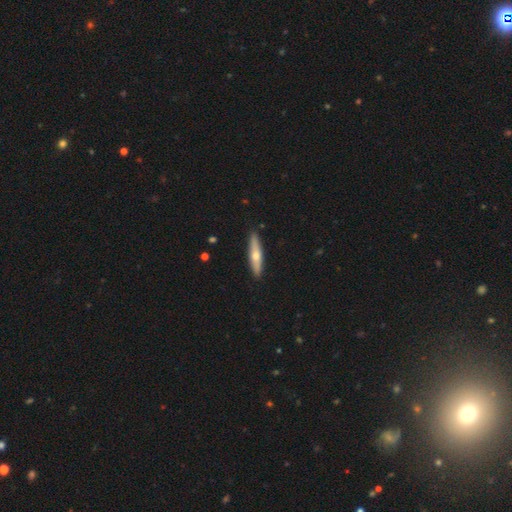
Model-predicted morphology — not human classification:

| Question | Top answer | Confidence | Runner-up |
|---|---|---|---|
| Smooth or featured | smooth | 49% | featured or disk (45%) |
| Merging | none | 90% | minor disturbance (7%) |